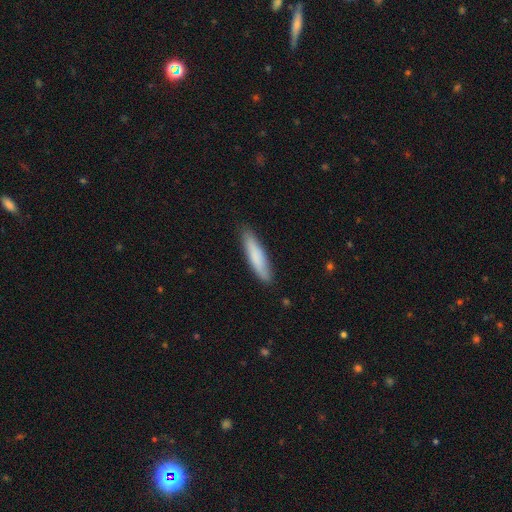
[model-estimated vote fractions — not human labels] Morphology: type=smooth (79%); roundness=cigar-shaped (83%); merging=none (87%).